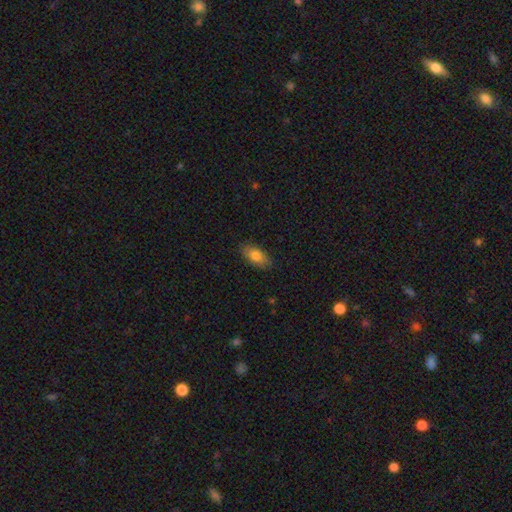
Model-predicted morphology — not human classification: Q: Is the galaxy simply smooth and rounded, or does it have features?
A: smooth — 79%.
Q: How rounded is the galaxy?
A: in between — 88%.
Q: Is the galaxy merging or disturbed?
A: none — 86%.